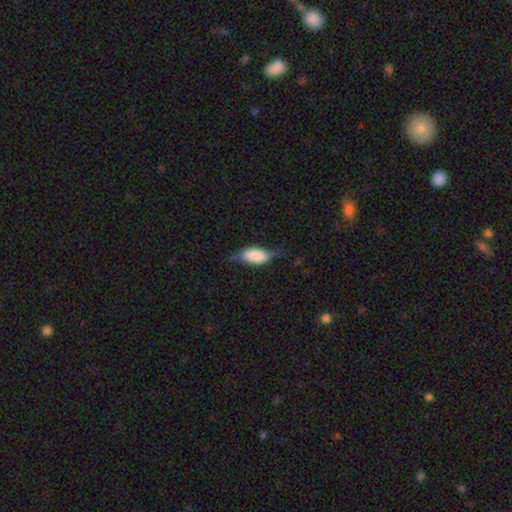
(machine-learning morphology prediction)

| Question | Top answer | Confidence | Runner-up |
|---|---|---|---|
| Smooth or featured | smooth | 64% | featured or disk (29%) |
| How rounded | in between | 85% | cigar-shaped (12%) |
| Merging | none | 50% | minor disturbance (32%) |